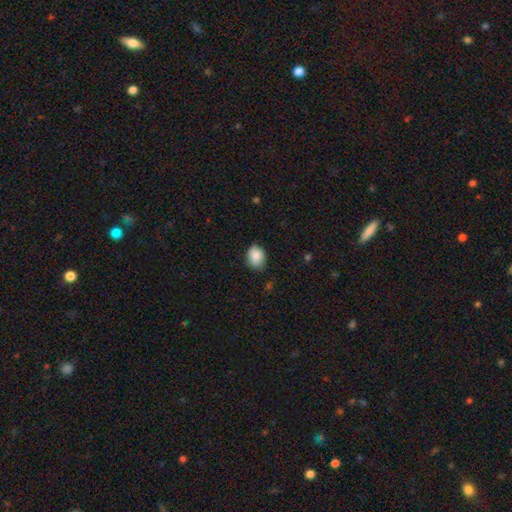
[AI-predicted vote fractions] Overall: smooth (87%). How rounded: in between (63%; round 36%). Merging: none (75%).